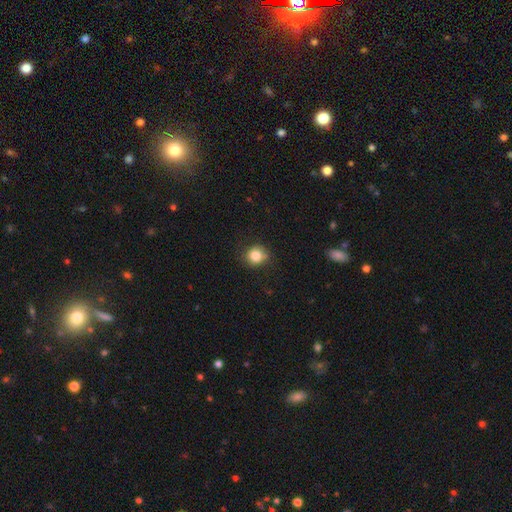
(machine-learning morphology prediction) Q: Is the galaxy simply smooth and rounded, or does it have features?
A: smooth — 83%.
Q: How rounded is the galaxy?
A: round — 84%.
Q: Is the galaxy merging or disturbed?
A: none — 76%.